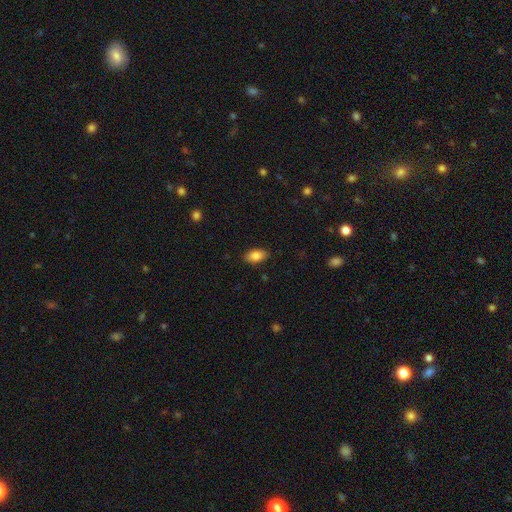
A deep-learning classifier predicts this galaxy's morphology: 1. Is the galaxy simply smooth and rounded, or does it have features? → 85% smooth, 7% star or artifact, 7% featured or disk.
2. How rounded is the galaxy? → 92% in between, 5% round, 3% cigar-shaped.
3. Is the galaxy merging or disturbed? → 87% none, 10% minor disturbance, 2% major disturbance, 1% merger.